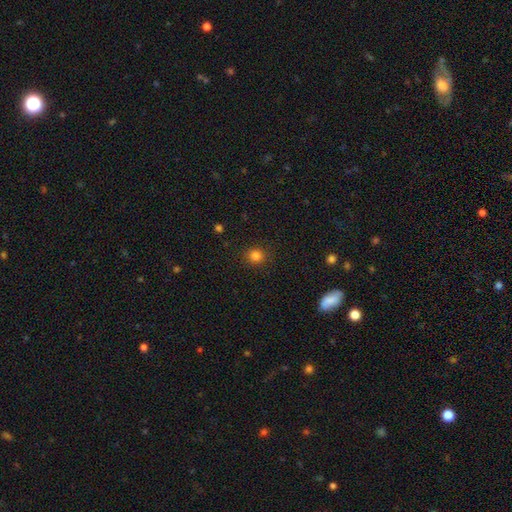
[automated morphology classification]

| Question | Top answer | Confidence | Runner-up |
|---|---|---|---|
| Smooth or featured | smooth | 82% | star or artifact (13%) |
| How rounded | round | 85% | in between (14%) |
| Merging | none | 89% | minor disturbance (7%) |